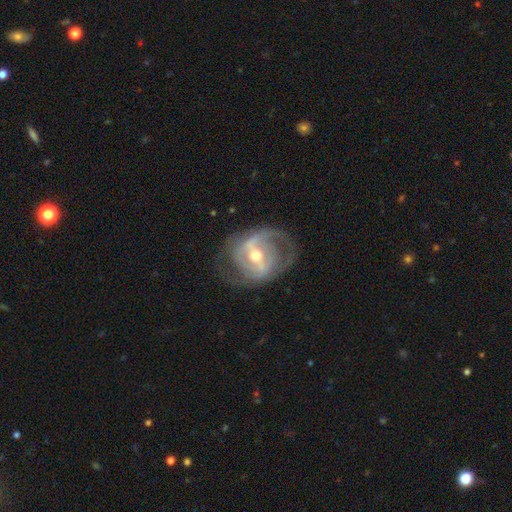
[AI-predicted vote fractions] Q: Smooth or featured?
A: featured or disk (84%); runner-up: smooth (11%)
Q: Edge-on disk?
A: no (96%); runner-up: yes (4%)
Q: Bar?
A: strong (50%); runner-up: weak (37%)
Q: Spiral arms?
A: yes (83%); runner-up: no (17%)
Q: Spiral winding?
A: medium (44%); runner-up: tight (34%)
Q: Spiral arm count?
A: 2 (62%); runner-up: can't tell (19%)
Q: Bulge size?
A: moderate (62%); runner-up: small (33%)
Q: Merging?
A: none (64%); runner-up: minor disturbance (19%)